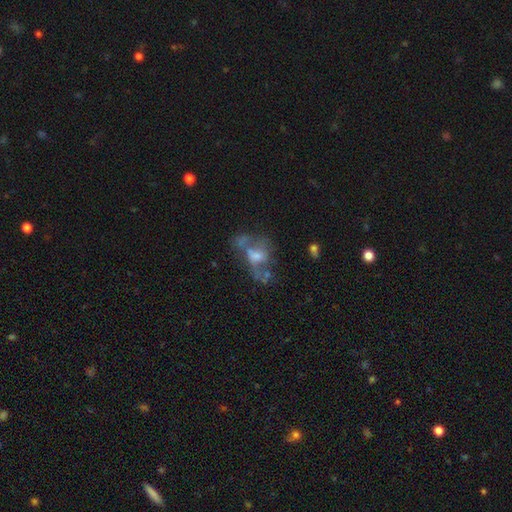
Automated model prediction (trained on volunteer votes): A featured or disk galaxy (59%) with no bar (67%), no spiral arms (67%) and a moderate central bulge (46%).

Vote fractions:
- Smooth or featured? featured or disk: 59% / smooth: 27% / star or artifact: 14%
- Edge-on disk? no: 95% / yes: 5%
- Bar? no: 67% / weak: 26% / strong: 6%
- Spiral arms? no: 67% / yes: 33%
- Bulge size? moderate: 46% / small: 28% / none: 14% / large: 10% / dominant: 2%
- Merging? none: 33% / major disturbance: 30% / merger: 20% / minor disturbance: 17%